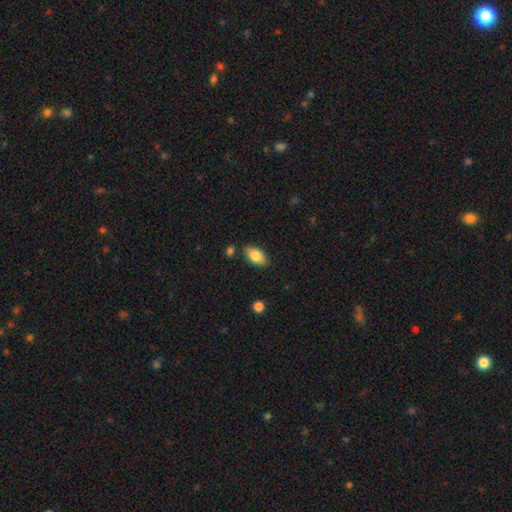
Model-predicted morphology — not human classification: This appears to be a smooth galaxy with no disk features (84%) that is in between round and cigar-shaped (93%). Merging: none (83%).